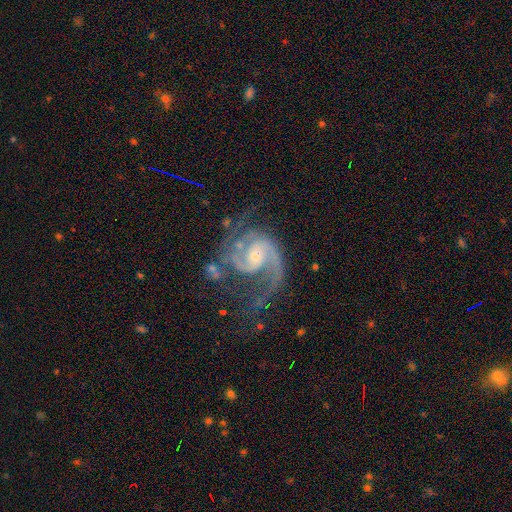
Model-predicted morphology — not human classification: Overall: featured or disk (92%). Edge-on disk: no (98%). Bar: no (46%; weak 43%). Spiral arms: yes (98%). Spiral arm count: 2 (84%). Spiral winding: medium (58%; tight 24%). Bulge size: small (50%; moderate 43%). Merging: none (60%).